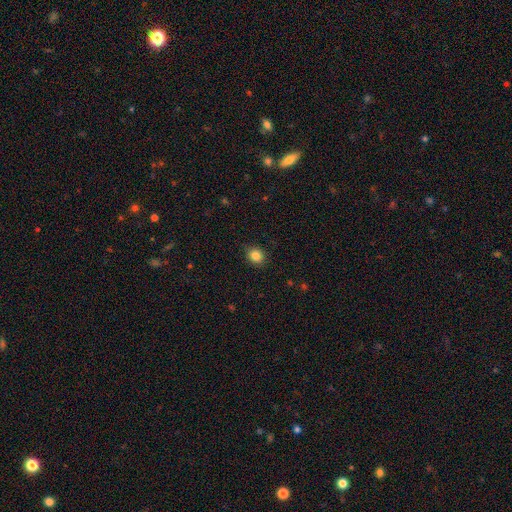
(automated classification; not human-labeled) Q: Smooth or featured?
A: smooth (85%); runner-up: star or artifact (11%)
Q: How rounded?
A: round (73%); runner-up: in between (27%)
Q: Merging?
A: none (86%); runner-up: minor disturbance (11%)